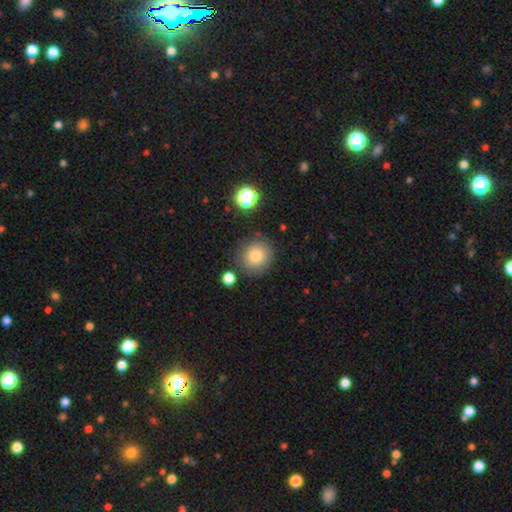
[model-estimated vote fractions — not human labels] Smooth or featured: smooth — 81% (star or artifact — 11%)
How rounded: round — 90% (in between — 9%)
Merging: none — 83% (minor disturbance — 10%)